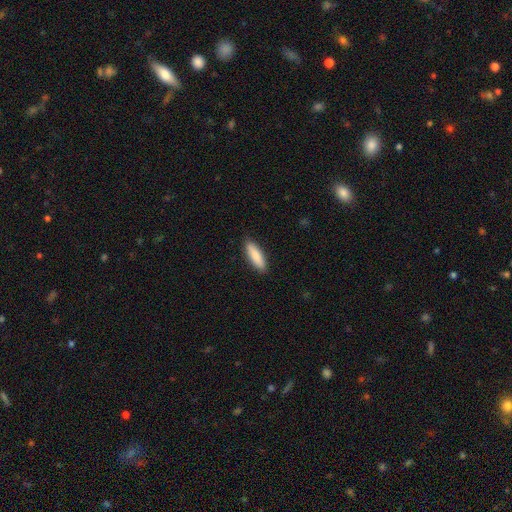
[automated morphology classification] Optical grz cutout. It shows a smooth galaxy with no disk features (85%) that is cigar-shaped (53%). Merging: none (89%).